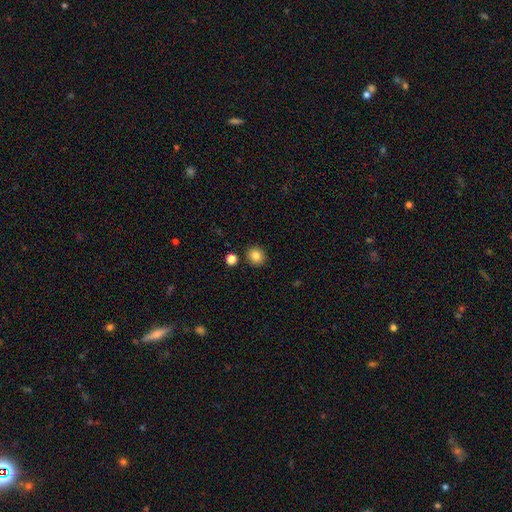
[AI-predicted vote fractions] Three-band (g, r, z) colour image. It shows a smooth galaxy with no disk features (84%) that is round (86%). Merging: none (88%).